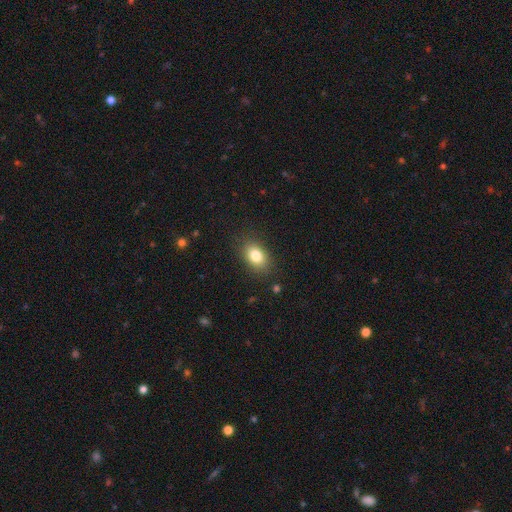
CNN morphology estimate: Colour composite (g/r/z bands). It shows a smooth galaxy with no disk features (82%) that is in between round and cigar-shaped (80%). Merging: none (85%).